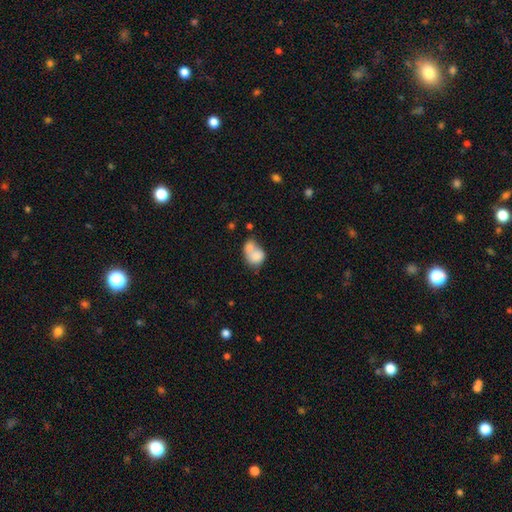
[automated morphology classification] smooth_or_featured: smooth (p=0.76) [alt: featured or disk p=0.16]
how_rounded: round (p=0.50) [alt: in between p=0.49]
merging: merger (p=0.66) [alt: none p=0.19]